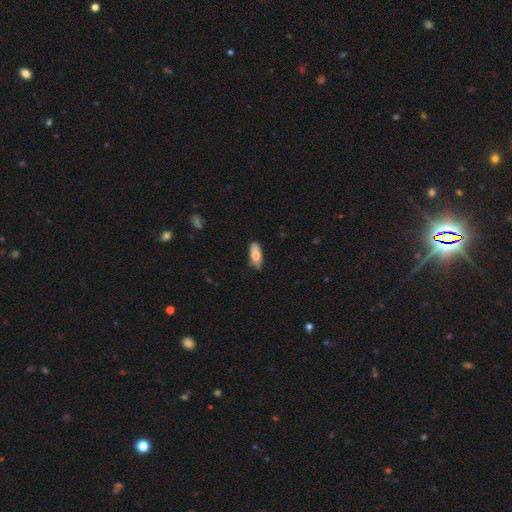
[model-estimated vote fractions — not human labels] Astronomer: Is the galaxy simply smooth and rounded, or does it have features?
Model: smooth — 75%.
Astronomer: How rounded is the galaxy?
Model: in between — 80%.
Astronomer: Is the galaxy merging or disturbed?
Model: none — 79%.